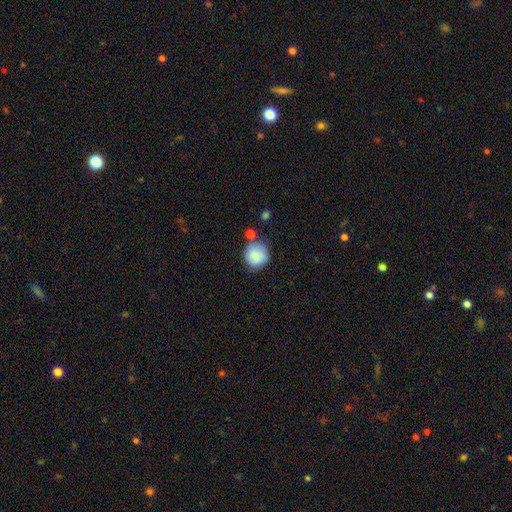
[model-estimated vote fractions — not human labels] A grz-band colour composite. It shows a smooth galaxy with no disk features (82%) that is round (87%). Merging: none (59%).